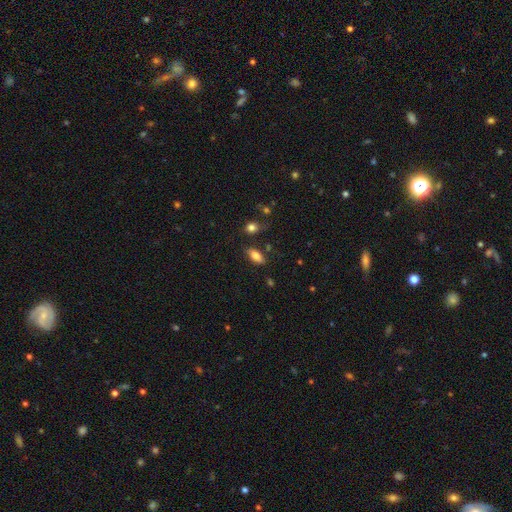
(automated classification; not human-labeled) Smooth or featured? smooth (83%)
How rounded? in between (87%)
Merging? none (81%)